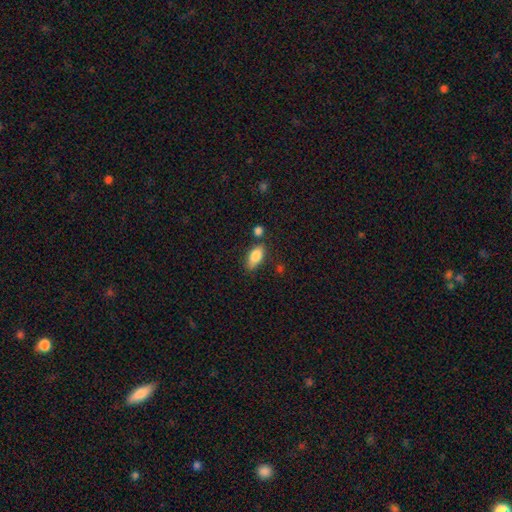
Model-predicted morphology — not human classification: This appears to be a smooth galaxy with no disk features (83%) that is in between round and cigar-shaped (87%). Merging: none (72%).